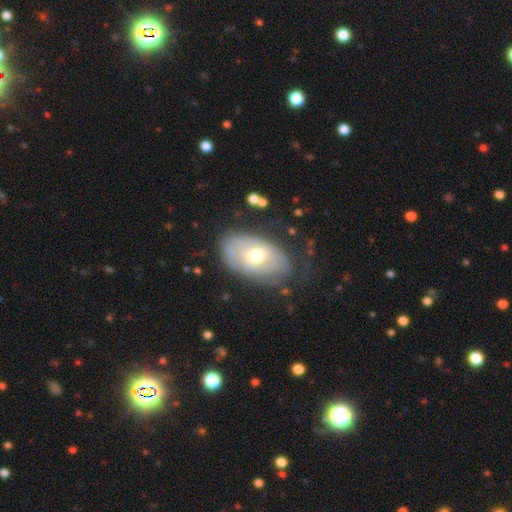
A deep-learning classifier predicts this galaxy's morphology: smooth-or-featured: featured or disk: 49% | smooth: 43% | star or artifact: 7%
  merging: none: 64% | minor disturbance: 24% | major disturbance: 10% | merger: 2%